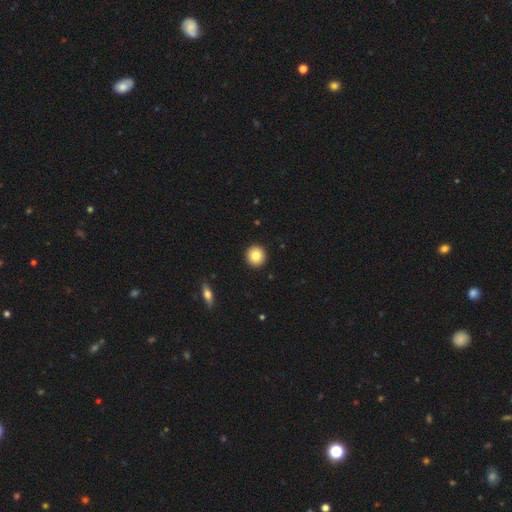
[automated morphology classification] A smooth galaxy with no disk features (83%) that is round (95%).

Vote fractions:
- Smooth or featured? smooth: 83% / star or artifact: 9% / featured or disk: 8%
- How rounded? round: 95% / in between: 4% / cigar-shaped: 1%
- Merging? none: 94% / minor disturbance: 4% / major disturbance: 1% / merger: 1%